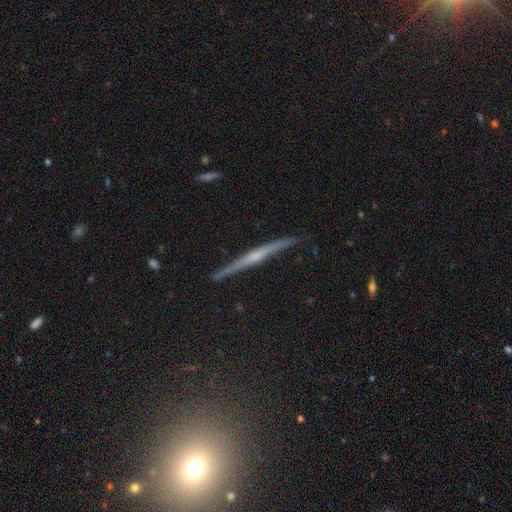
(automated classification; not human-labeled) Morphology: type=featured or disk (73%); edge-on=yes (98%); edge-on bulge=rounded (51%); merging=none (87%).